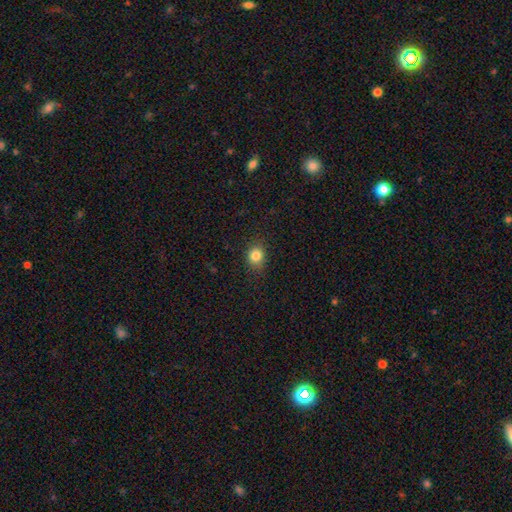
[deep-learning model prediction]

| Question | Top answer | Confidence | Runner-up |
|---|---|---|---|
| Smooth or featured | smooth | 83% | star or artifact (12%) |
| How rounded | round | 71% | in between (28%) |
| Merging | none | 86% | minor disturbance (10%) |